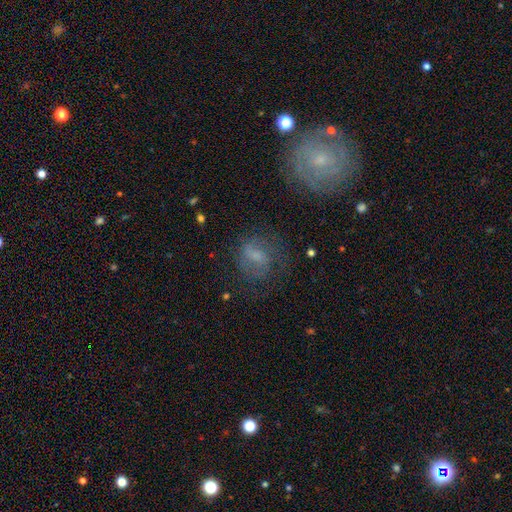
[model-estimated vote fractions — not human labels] smooth_or_featured: featured or disk (p=0.45) [alt: smooth p=0.41]
merging: none (p=0.56) [alt: minor disturbance p=0.21]